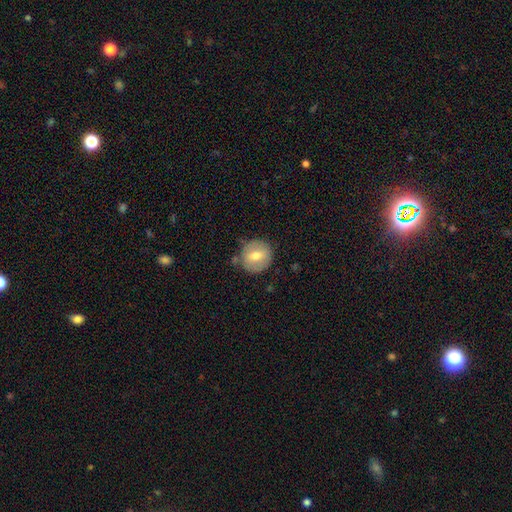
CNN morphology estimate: The model was most divided on "smooth or featured": smooth: 65%, featured or disk: 27%, star or artifact: 8%. More confident: how rounded — round (90%); merging — none (79%).